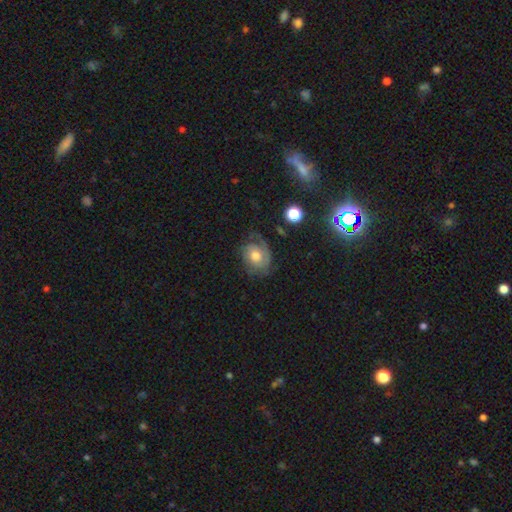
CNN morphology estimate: Smooth or featured? featured or disk (68%)
Edge-on disk? no (97%)
Bar? no (77%)
Spiral arms? yes (89%)
Spiral winding? tight (51%)
Spiral arm count? 1 (38%)
Bulge size? moderate (68%)
Merging? none (59%)